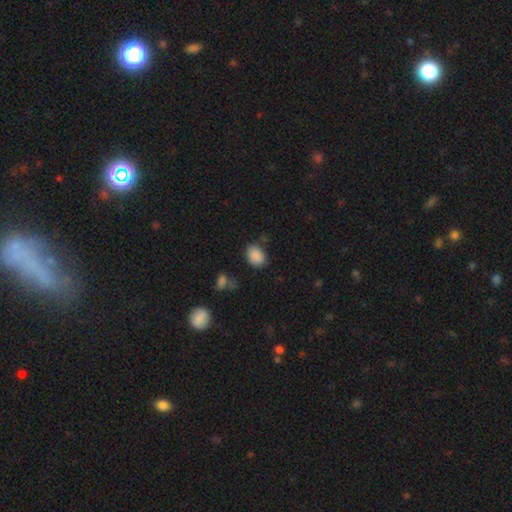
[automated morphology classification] Overall: smooth (87%). How rounded: in between (65%; round 34%). Merging: none (75%).